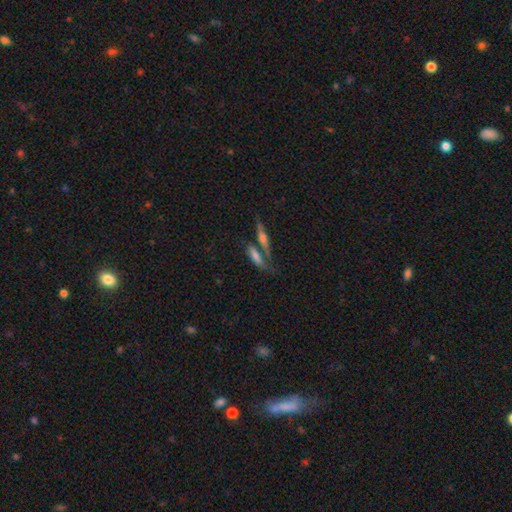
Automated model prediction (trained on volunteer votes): smooth-or-featured: smooth: 58% | featured or disk: 33% | star or artifact: 9%
  how-rounded: cigar-shaped: 53% | in between: 43% | round: 4%
  merging: none: 42% | merger: 40% | minor disturbance: 12% | major disturbance: 6%